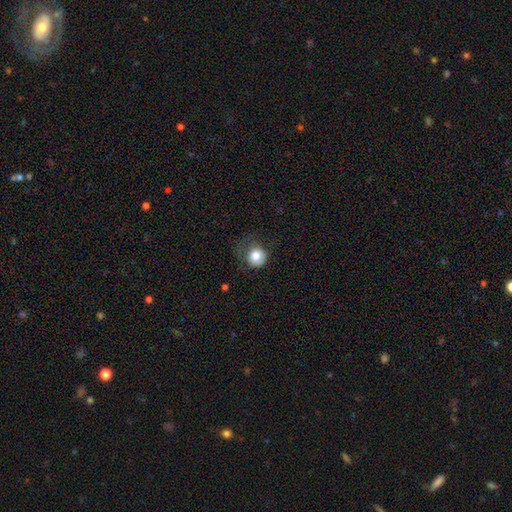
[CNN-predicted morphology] smooth 81%, star or artifact 10%, featured or disk 9%. Down the decision tree: how rounded — round (87%); merging — none (53%).